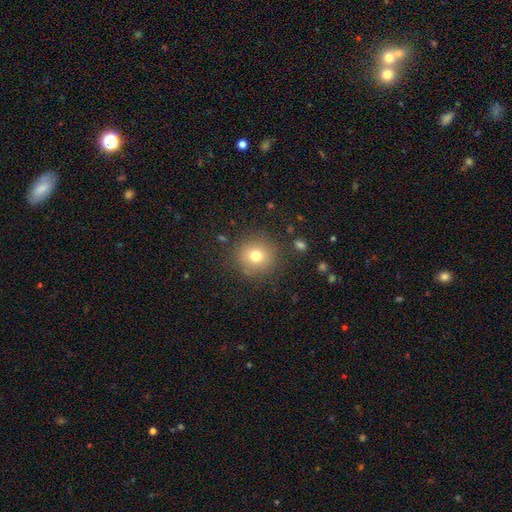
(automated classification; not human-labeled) Q: Smooth or featured?
A: smooth (75%); runner-up: star or artifact (13%)
Q: How rounded?
A: round (91%); runner-up: in between (8%)
Q: Merging?
A: none (86%); runner-up: minor disturbance (9%)